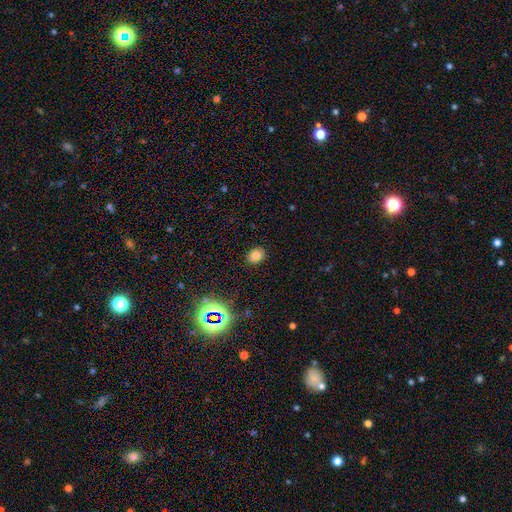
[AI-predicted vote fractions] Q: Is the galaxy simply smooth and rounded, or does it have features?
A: smooth — 77%.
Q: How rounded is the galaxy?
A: round — 57%.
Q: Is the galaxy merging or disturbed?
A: none — 88%.